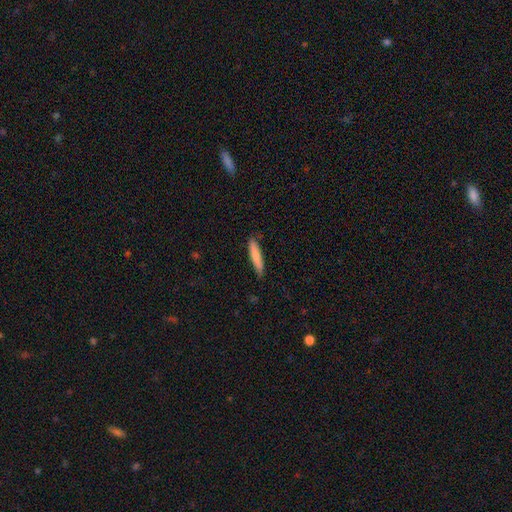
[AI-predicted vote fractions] The model was most divided on "smooth or featured": smooth: 77%, featured or disk: 17%, star or artifact: 5%. More confident: how rounded — cigar-shaped (90%); merging — none (84%).